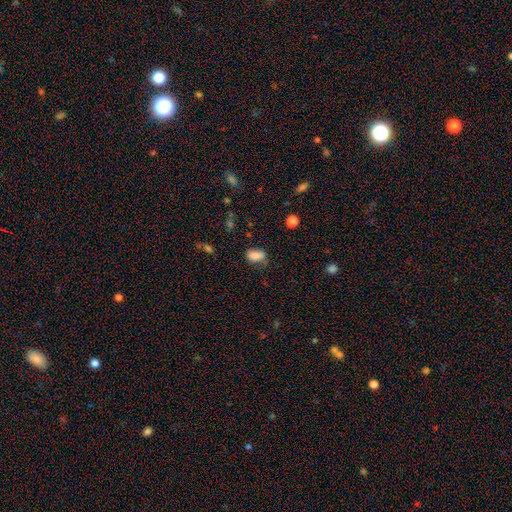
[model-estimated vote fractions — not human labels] Q: Smooth or featured?
A: smooth (84%); runner-up: star or artifact (10%)
Q: How rounded?
A: in between (88%); runner-up: round (9%)
Q: Merging?
A: none (58%); runner-up: minor disturbance (28%)